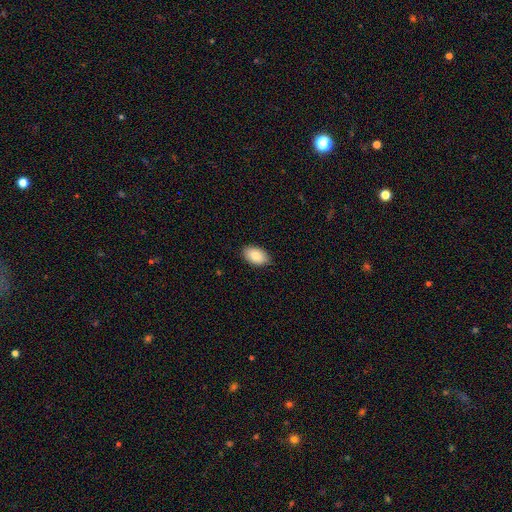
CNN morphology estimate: smooth 86%, featured or disk 8%, star or artifact 6%. Down the decision tree: how rounded — in between (93%); merging — none (88%).